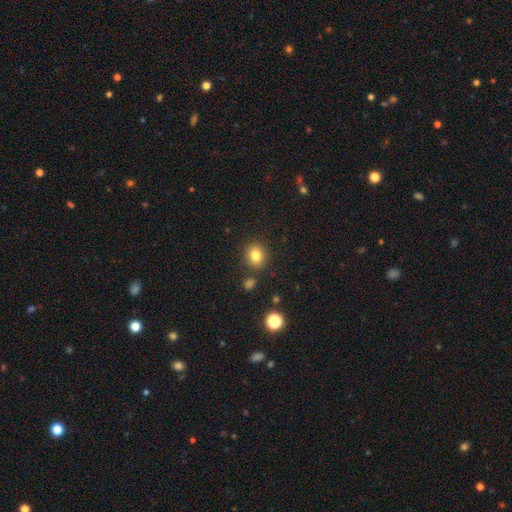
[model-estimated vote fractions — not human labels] Smooth or featured? smooth (81%)
How rounded? round (71%)
Merging? none (83%)